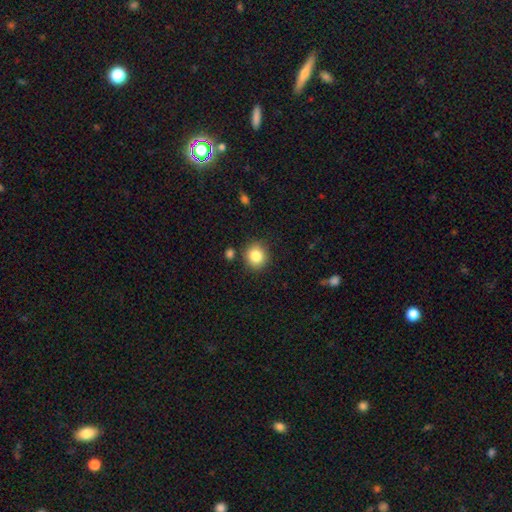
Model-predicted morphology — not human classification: A smooth galaxy with no disk features (85%) that is round (84%).

Vote fractions:
- Smooth or featured? smooth: 85% / star or artifact: 9% / featured or disk: 6%
- How rounded? round: 84% / in between: 15% / cigar-shaped: 1%
- Merging? none: 84% / minor disturbance: 9% / merger: 4% / major disturbance: 3%